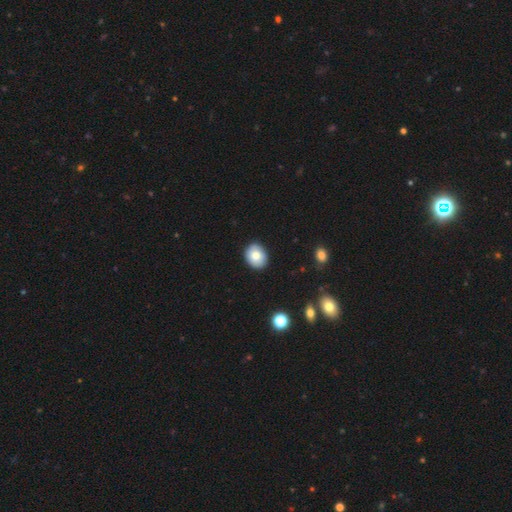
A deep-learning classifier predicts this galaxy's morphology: Overall: smooth (80%). How rounded: in between (50%; round 49%). Merging: none (87%).